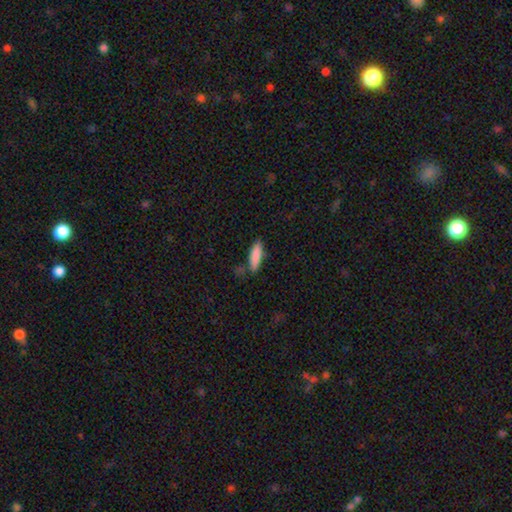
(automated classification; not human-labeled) Morphology: type=smooth (85%); roundness=cigar-shaped (60%); merging=none (77%).